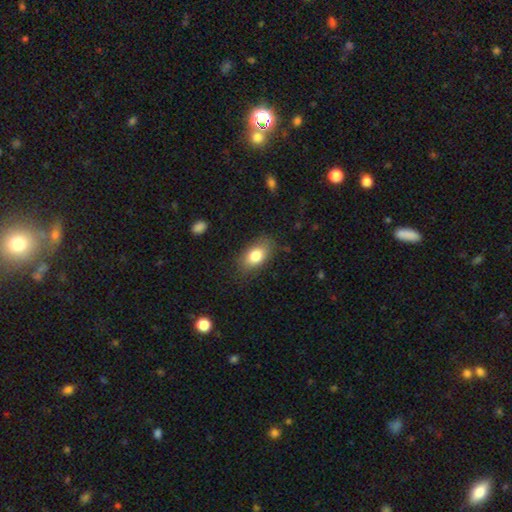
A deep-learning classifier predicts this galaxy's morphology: Smooth or featured? Predicted: smooth (p=0.80). How rounded? Predicted: in between (p=0.89). Merging? Predicted: none (p=0.81).